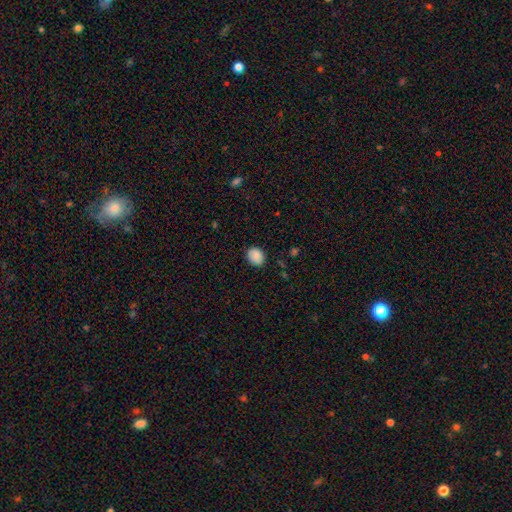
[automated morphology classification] smooth_or_featured: smooth (p=0.88) [alt: star or artifact p=0.08]
how_rounded: round (p=0.52) [alt: in between p=0.47]
merging: none (p=0.86) [alt: minor disturbance p=0.11]